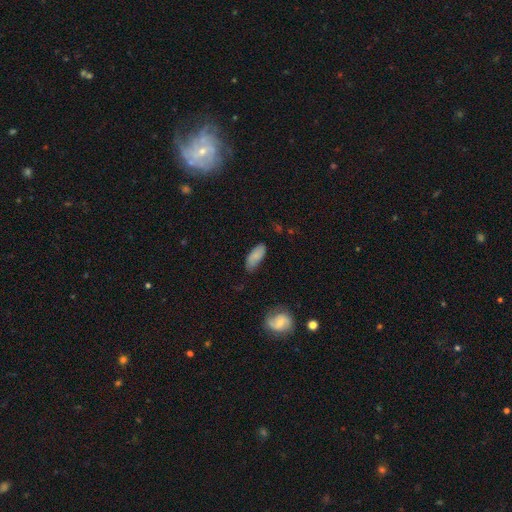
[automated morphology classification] Smooth or featured? smooth (80%)
How rounded? in between (84%)
Merging? none (69%)